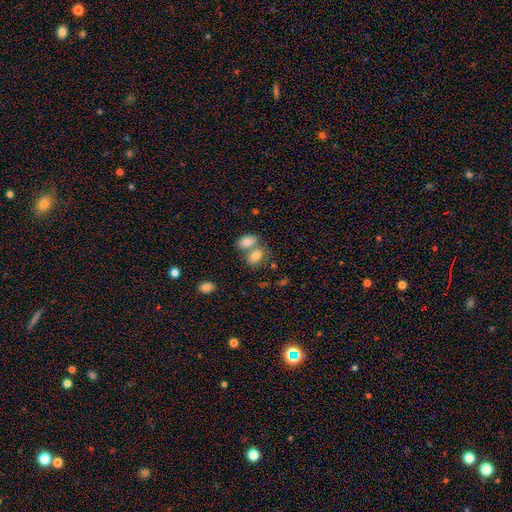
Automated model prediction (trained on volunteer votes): Overall: smooth (81%). How rounded: in between (82%). Merging: merger (56%; none 32%).